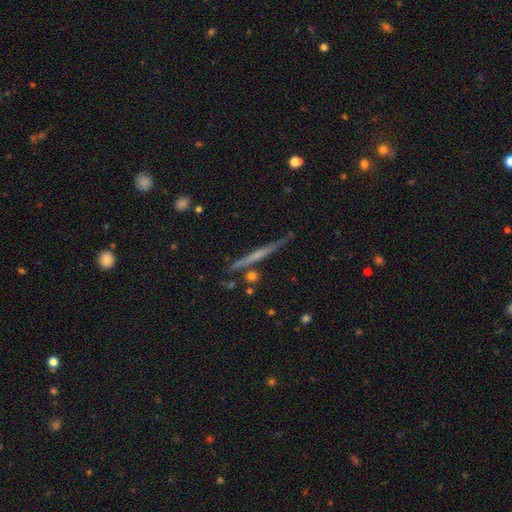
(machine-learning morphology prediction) Smooth or featured? Predicted: featured or disk (p=0.61). Edge-on disk? Predicted: yes (p=0.97). Edge-on bulge? Predicted: none (p=0.70). Merging? Predicted: none (p=0.85).